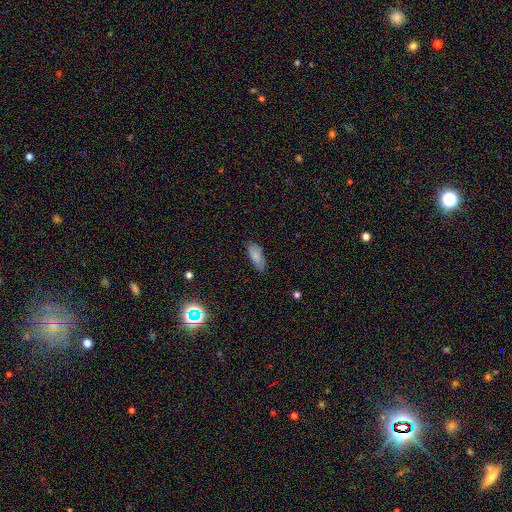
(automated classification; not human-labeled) A smooth galaxy with no disk features (83%) that is in between round and cigar-shaped (79%). Merging: none (81%).